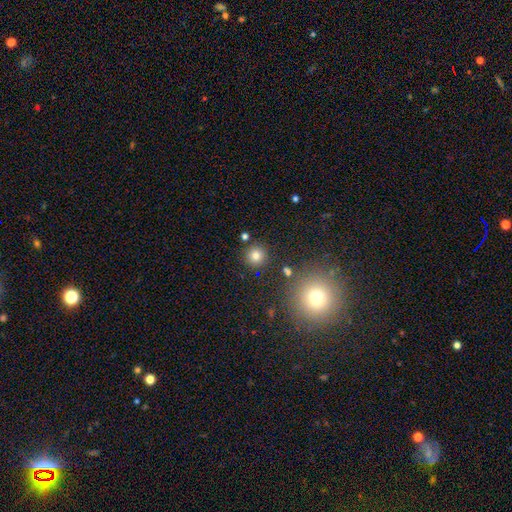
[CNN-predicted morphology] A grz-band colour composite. It shows a smooth galaxy with no disk features (79%) that is round (94%). Merging: none (86%).